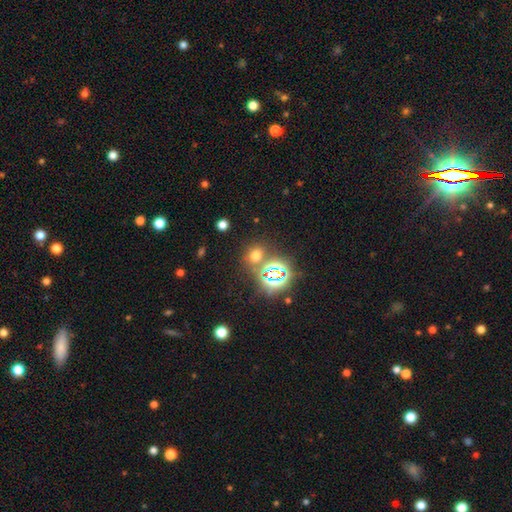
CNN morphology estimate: The model was most divided on "smooth or featured": smooth: 51%, star or artifact: 41%, featured or disk: 7%. More confident: merging — none (73%); how rounded — round (60%).